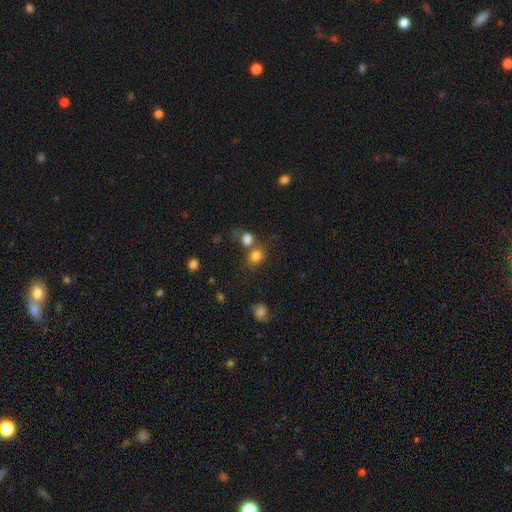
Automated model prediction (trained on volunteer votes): This is clearly a smooth galaxy (80%). How rounded: likely round (68%). Merging: possibly none (52%).